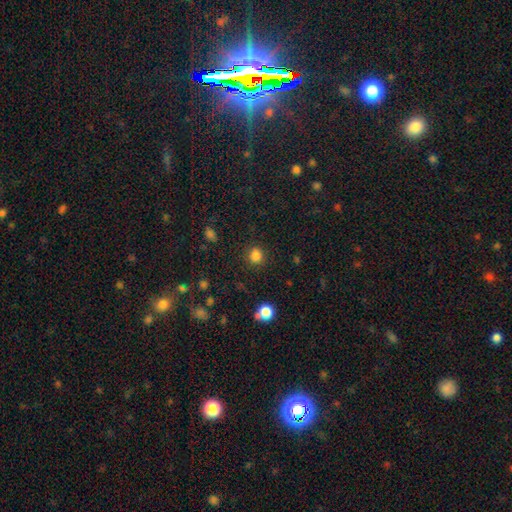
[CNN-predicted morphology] Overall: smooth (82%). How rounded: round (86%). Merging: none (87%).